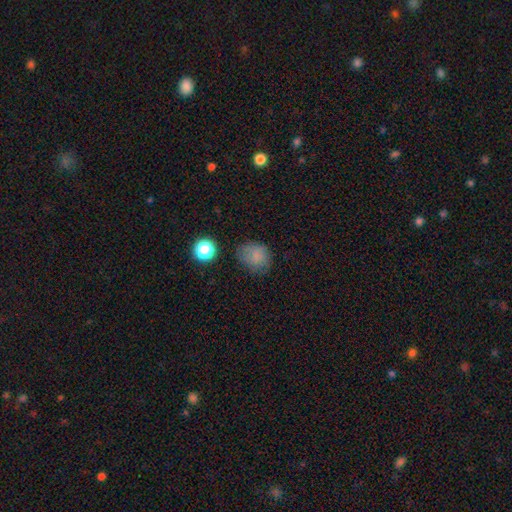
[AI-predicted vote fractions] This appears to be a smooth galaxy with no disk features (78%) that is round (62%). Merging: none (66%).